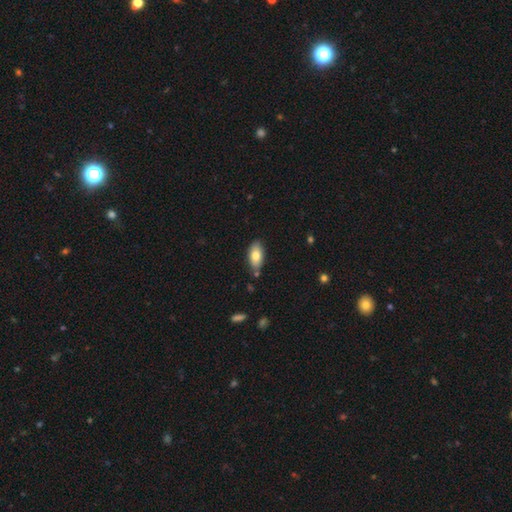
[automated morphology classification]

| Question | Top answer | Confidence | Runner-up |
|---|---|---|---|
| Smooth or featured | smooth | 77% | featured or disk (17%) |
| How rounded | in between | 91% | cigar-shaped (6%) |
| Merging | none | 77% | minor disturbance (15%) |